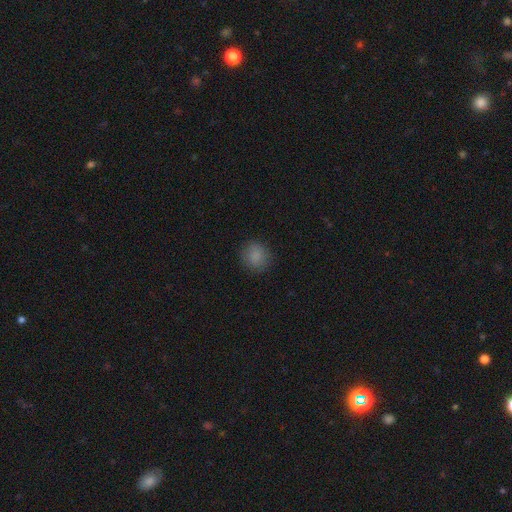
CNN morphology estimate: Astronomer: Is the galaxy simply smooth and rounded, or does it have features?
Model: smooth — 85%.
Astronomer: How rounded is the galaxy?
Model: round — 86%.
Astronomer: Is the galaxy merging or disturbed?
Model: none — 86%.